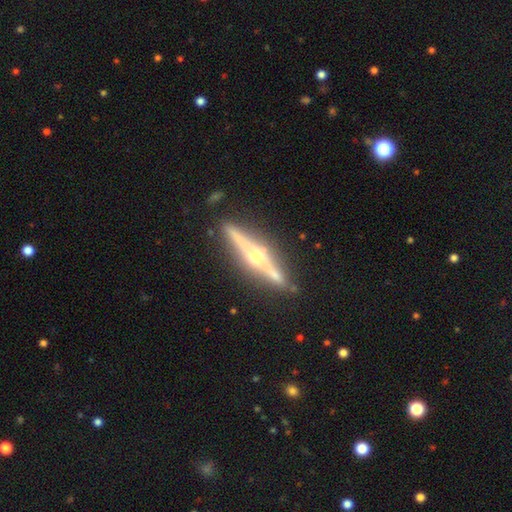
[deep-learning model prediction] A featured or disk galaxy (84%) viewed edge-on (98%) with a rounded central bulge (91%). Merging: none (87%).